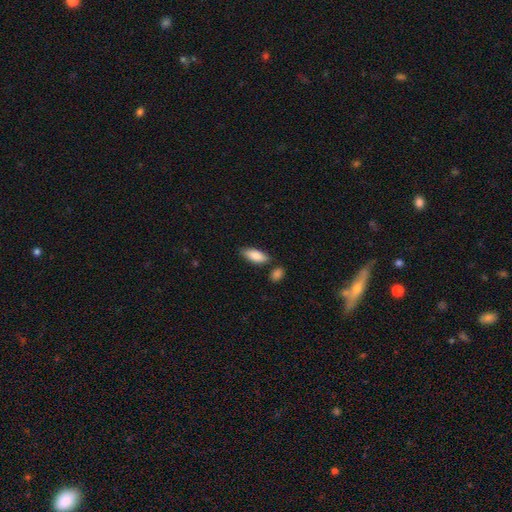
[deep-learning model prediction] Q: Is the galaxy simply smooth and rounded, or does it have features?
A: smooth — 86%.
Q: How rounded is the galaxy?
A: in between — 81%.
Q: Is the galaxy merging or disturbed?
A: none — 76%.